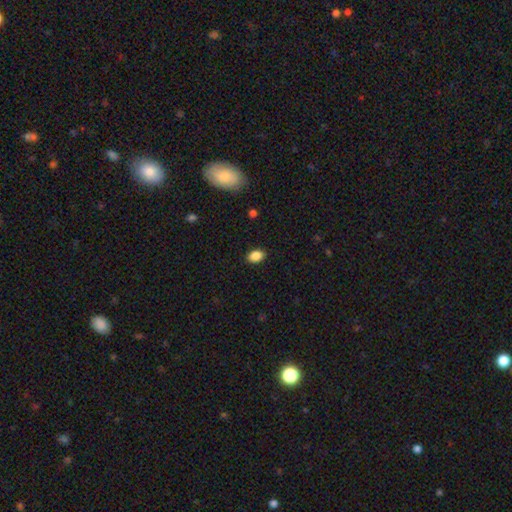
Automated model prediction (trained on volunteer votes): smooth-or-featured: smooth: 87% | star or artifact: 9% | featured or disk: 4%
  how-rounded: in between: 82% | round: 17% | cigar-shaped: 1%
  merging: none: 89% | minor disturbance: 8% | major disturbance: 2% | merger: 1%